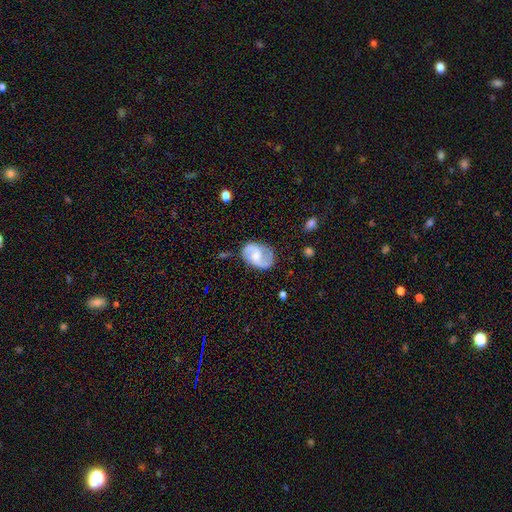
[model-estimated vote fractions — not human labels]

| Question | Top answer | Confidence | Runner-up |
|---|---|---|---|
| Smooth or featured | featured or disk | 79% | smooth (16%) |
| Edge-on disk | no | 98% | yes (2%) |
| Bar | weak | 50% | no (37%) |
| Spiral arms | yes | 94% | no (6%) |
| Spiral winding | medium | 48% | loose (35%) |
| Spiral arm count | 2 | 88% | can't tell (5%) |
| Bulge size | small | 45% | moderate (39%) |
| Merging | none | 72% | minor disturbance (19%) |